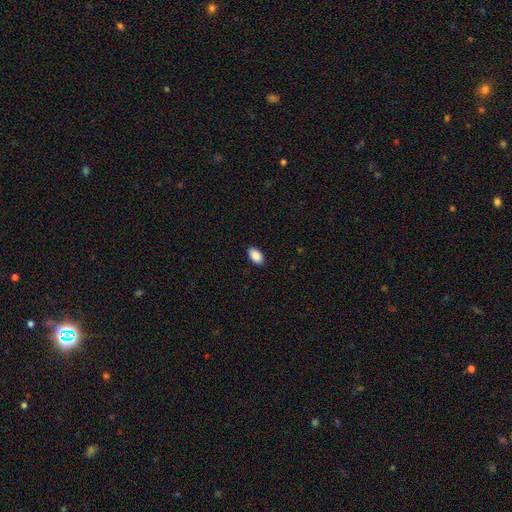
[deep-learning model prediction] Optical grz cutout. It shows a smooth galaxy with no disk features (90%) that is in between round and cigar-shaped (94%). Merging: none (90%).